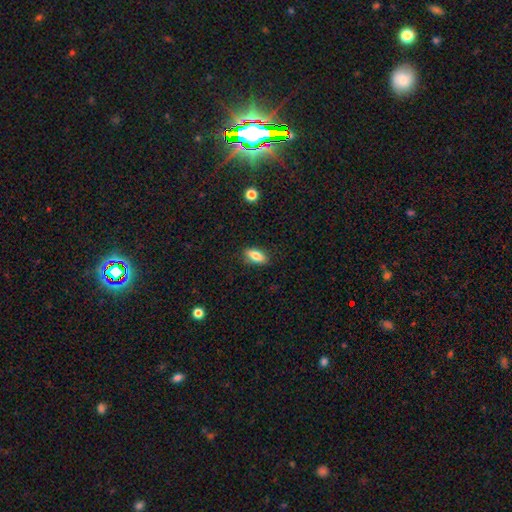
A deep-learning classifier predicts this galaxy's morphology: smooth_or_featured: smooth (p=0.76) [alt: featured or disk p=0.16]
how_rounded: in between (p=0.78) [alt: cigar-shaped p=0.18]
merging: none (p=0.86) [alt: minor disturbance p=0.10]